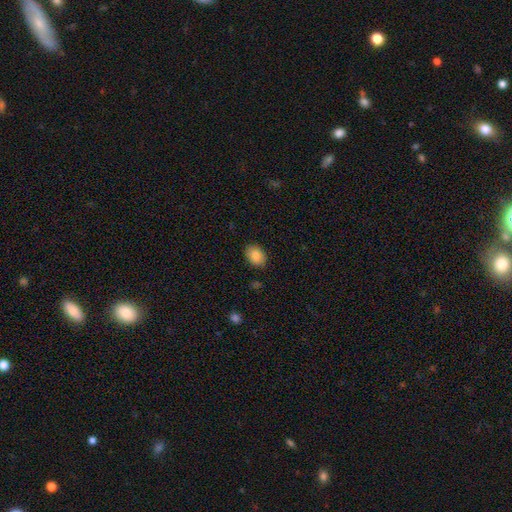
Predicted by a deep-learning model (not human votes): The model was most divided on "how rounded": in between: 73%, round: 26%, cigar-shaped: 1%. More confident: smooth or featured — smooth (87%); merging — none (87%).